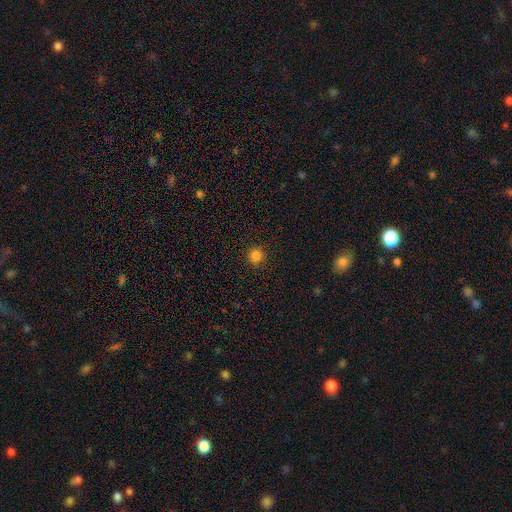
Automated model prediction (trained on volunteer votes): smooth-or-featured: smooth: 83% | star or artifact: 13% | featured or disk: 4%
  how-rounded: round: 94% | in between: 5% | cigar-shaped: 1%
  merging: none: 91% | minor disturbance: 6% | major disturbance: 2% | merger: 1%